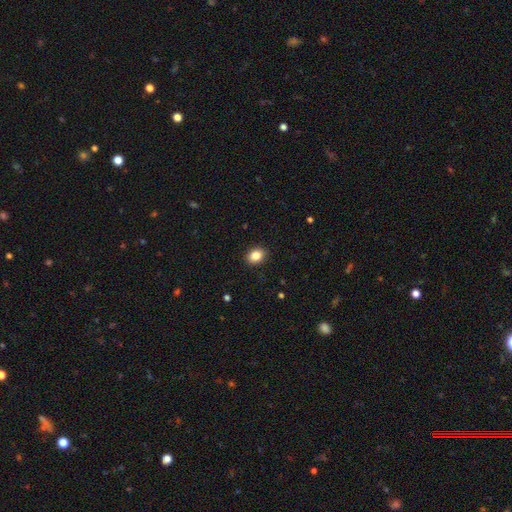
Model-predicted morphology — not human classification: type=smooth (85%); roundness=in between (58%); merging=none (91%).